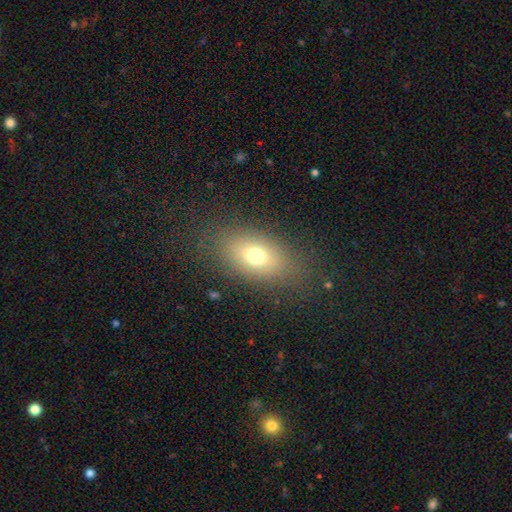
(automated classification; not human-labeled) The model was most divided on "smooth or featured": smooth: 70%, featured or disk: 17%, star or artifact: 13%. More confident: how rounded — in between (82%); merging — none (80%).